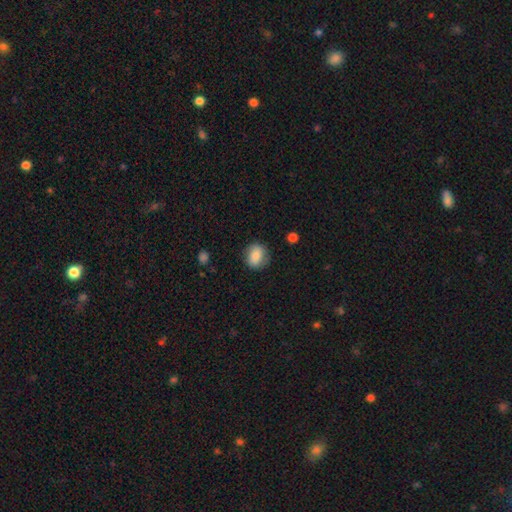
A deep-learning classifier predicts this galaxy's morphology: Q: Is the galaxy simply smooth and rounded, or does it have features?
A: smooth — 83%.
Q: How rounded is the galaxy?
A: round — 54%.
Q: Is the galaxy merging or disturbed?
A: none — 80%.